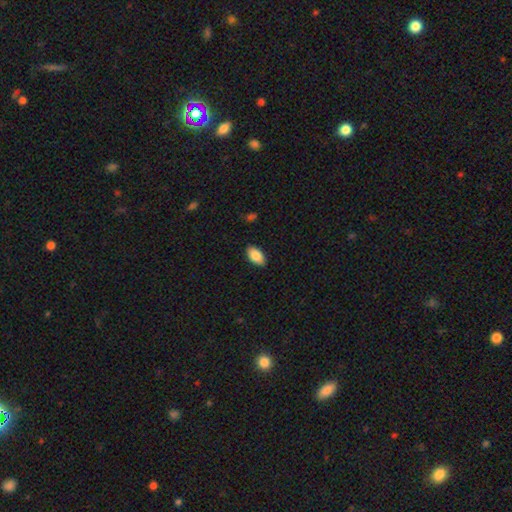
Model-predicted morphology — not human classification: Overall: smooth (86%). How rounded: in between (94%). Merging: none (87%).